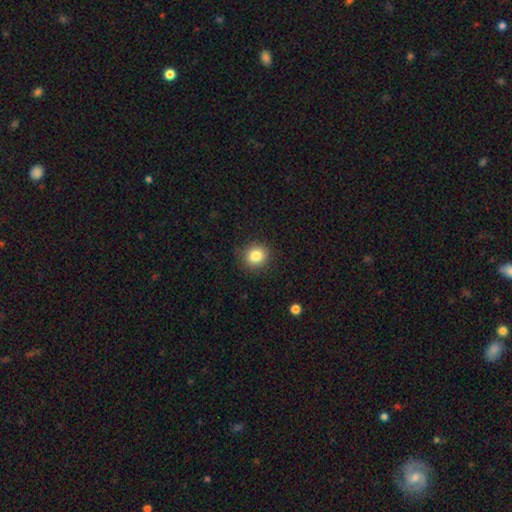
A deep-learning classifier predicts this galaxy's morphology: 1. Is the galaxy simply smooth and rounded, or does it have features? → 84% smooth, 10% star or artifact, 6% featured or disk.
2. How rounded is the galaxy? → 85% round, 14% in between, 1% cigar-shaped.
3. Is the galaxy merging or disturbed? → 89% none, 8% minor disturbance, 2% major disturbance, 1% merger.